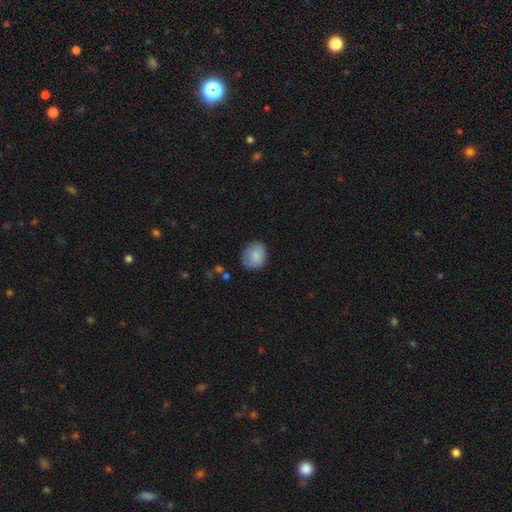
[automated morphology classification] Smooth or featured: smooth — 83% (featured or disk — 9%)
How rounded: round — 61% (in between — 38%)
Merging: none — 68% (minor disturbance — 24%)